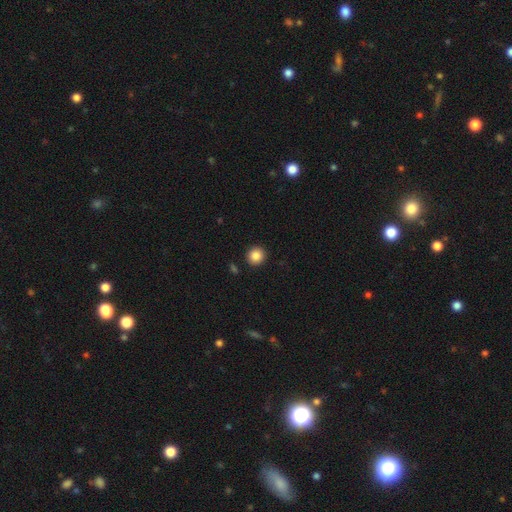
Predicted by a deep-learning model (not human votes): Smooth or featured? smooth (86%)
How rounded? round (93%)
Merging? none (92%)